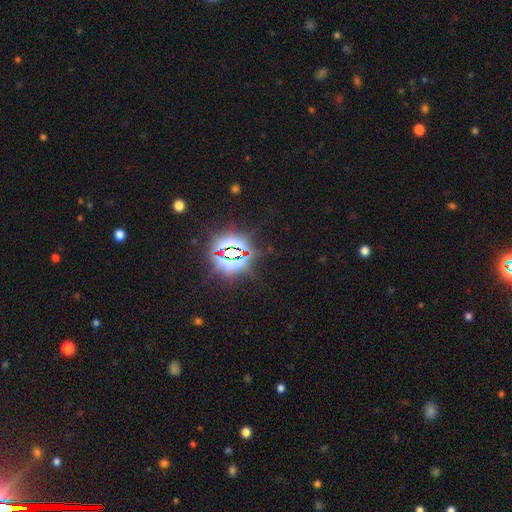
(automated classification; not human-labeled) Smooth or featured: star or artifact — 82% (smooth — 10%)